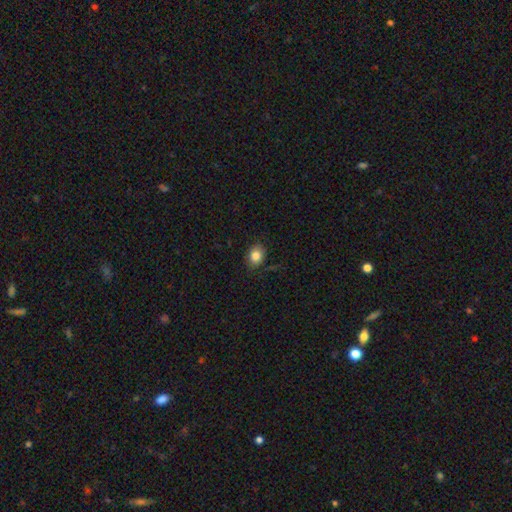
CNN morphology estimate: Overall: smooth (84%). How rounded: in between (60%; round 39%). Merging: none (83%).